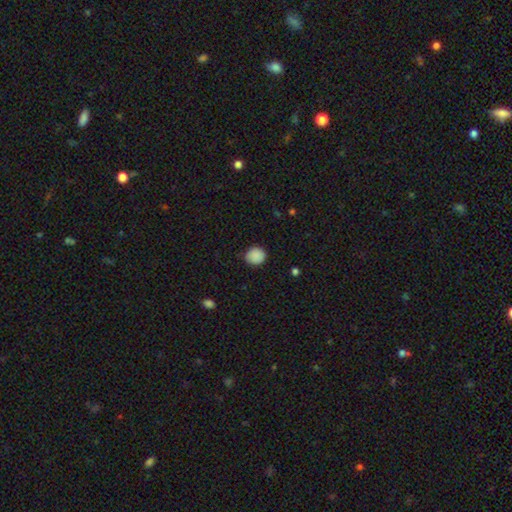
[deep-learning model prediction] Overall: smooth (89%). How rounded: round (81%). Merging: none (84%).